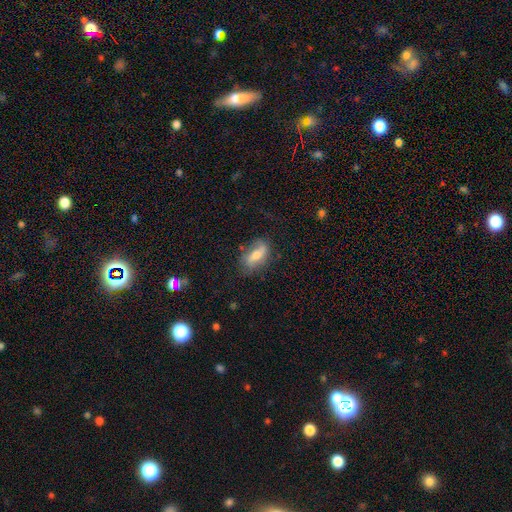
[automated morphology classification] smooth-or-featured: smooth: 50% | featured or disk: 43% | star or artifact: 8%
  merging: none: 67% | minor disturbance: 23% | major disturbance: 8% | merger: 2%